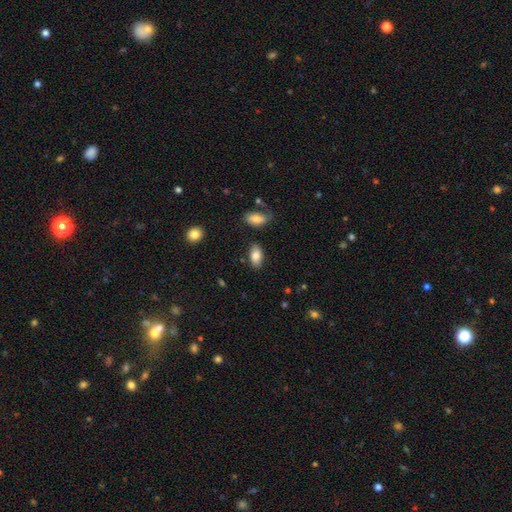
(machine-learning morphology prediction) type=smooth (82%); roundness=in between (92%); merging=none (83%).